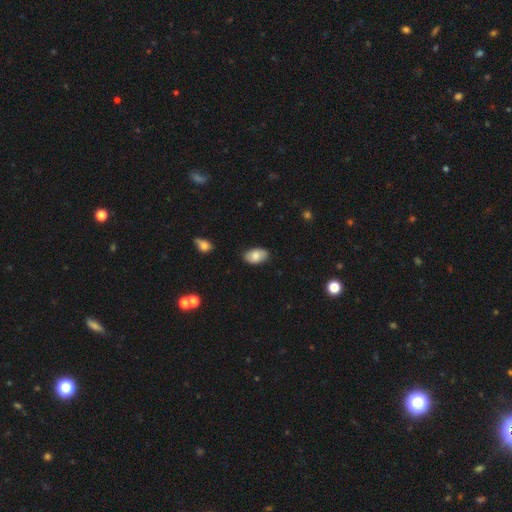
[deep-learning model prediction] Overall: smooth (81%). How rounded: in between (93%). Merging: none (83%).